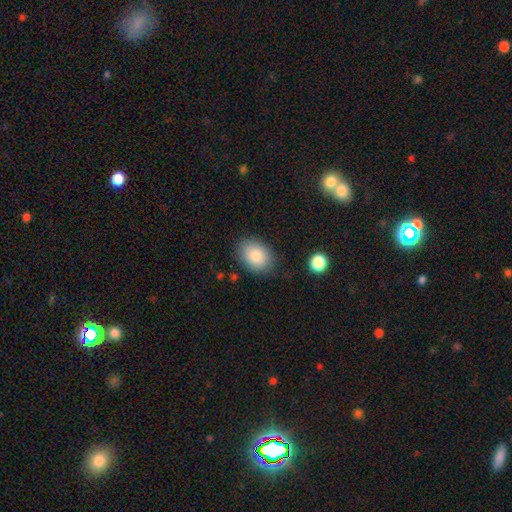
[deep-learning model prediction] Smooth or featured? smooth (85%)
How rounded? in between (75%)
Merging? none (81%)